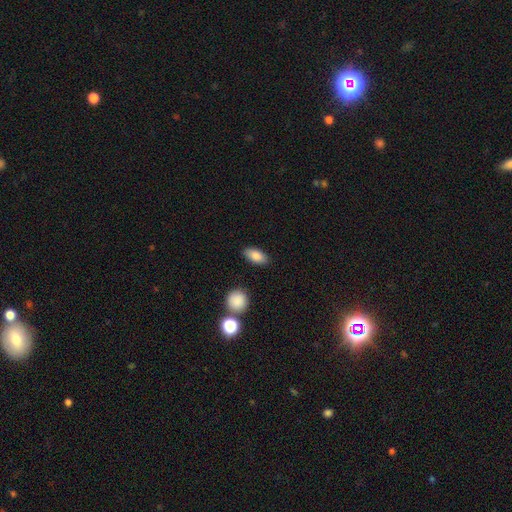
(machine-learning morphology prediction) Smooth or featured: smooth — 85% (featured or disk — 8%)
How rounded: in between — 88% (cigar-shaped — 7%)
Merging: none — 87% (minor disturbance — 8%)